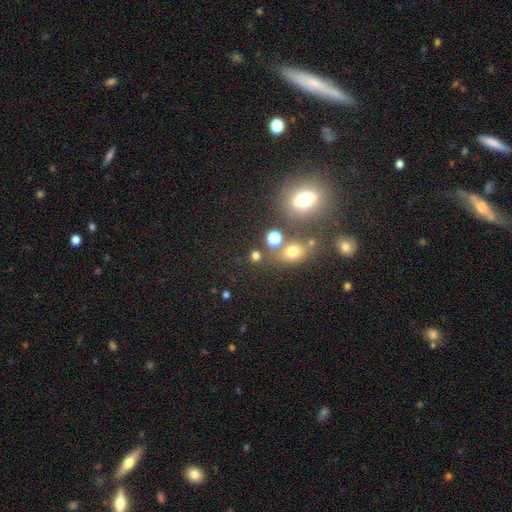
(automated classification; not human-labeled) This is likely a smooth galaxy (65%). How rounded: likely round (78%). Merging: likely none (71%).